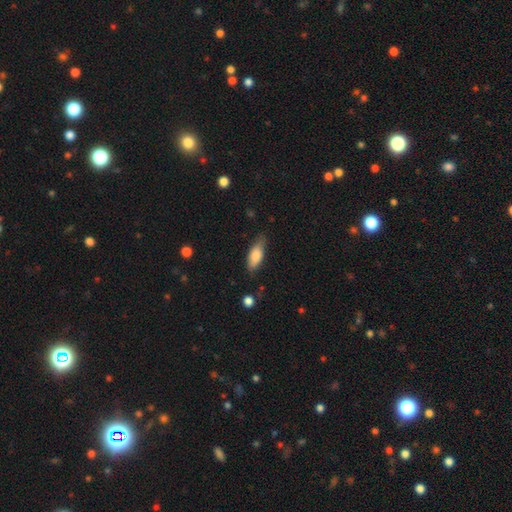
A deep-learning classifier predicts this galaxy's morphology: A smooth galaxy with no disk features (81%) that is in between round and cigar-shaped (74%).

Vote fractions:
- Smooth or featured? smooth: 81% / featured or disk: 13% / star or artifact: 6%
- How rounded? in between: 74% / cigar-shaped: 24% / round: 2%
- Merging? none: 72% / minor disturbance: 22% / major disturbance: 4% / merger: 2%